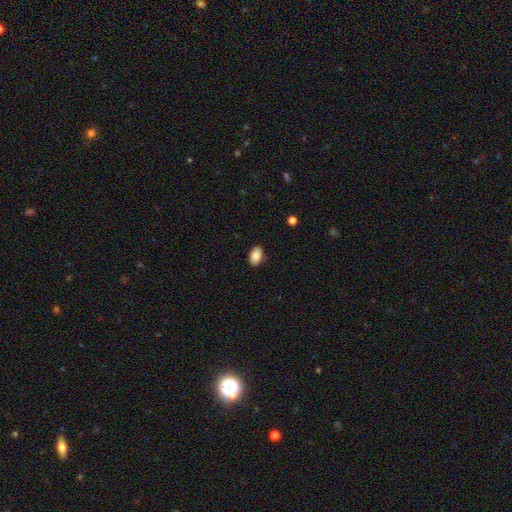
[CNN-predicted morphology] Q: Smooth or featured?
A: smooth (88%); runner-up: star or artifact (7%)
Q: How rounded?
A: in between (92%); runner-up: round (7%)
Q: Merging?
A: none (88%); runner-up: minor disturbance (9%)